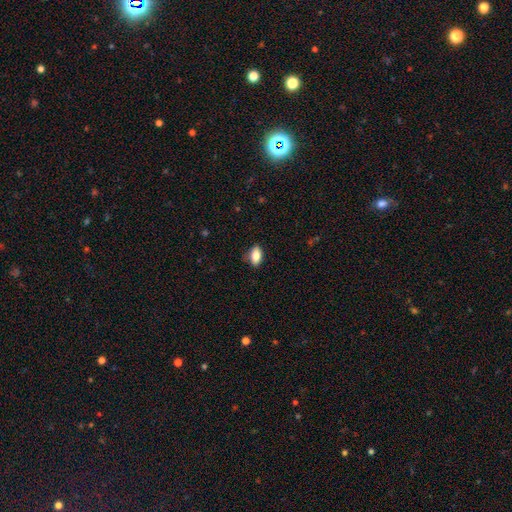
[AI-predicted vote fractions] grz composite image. It shows a smooth galaxy with no disk features (83%) that is in between round and cigar-shaped (89%). Merging: none (82%).